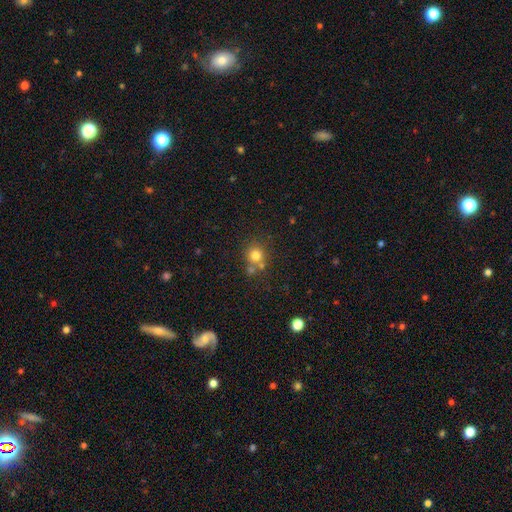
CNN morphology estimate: Smooth or featured? smooth (77%)
How rounded? round (89%)
Merging? none (63%)